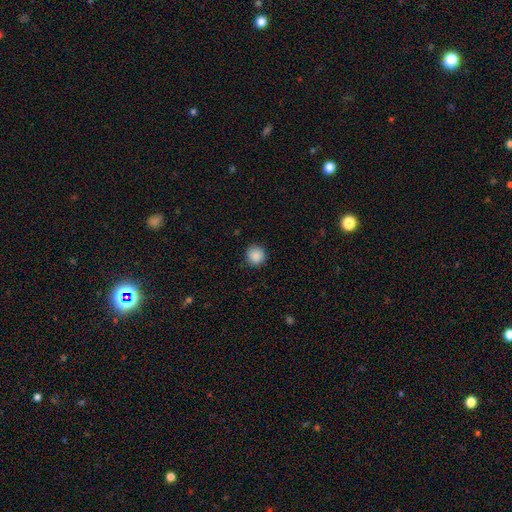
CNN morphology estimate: Q: Smooth or featured?
A: smooth (88%); runner-up: star or artifact (9%)
Q: How rounded?
A: round (93%); runner-up: in between (6%)
Q: Merging?
A: none (87%); runner-up: minor disturbance (10%)